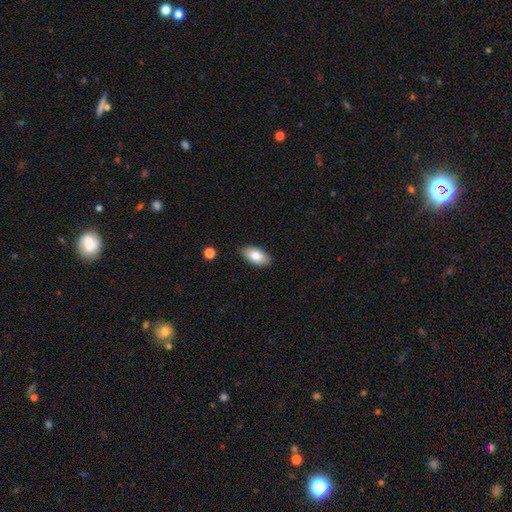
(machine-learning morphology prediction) smooth-or-featured: smooth: 81% | featured or disk: 12% | star or artifact: 7%
  how-rounded: in between: 93% | cigar-shaped: 3% | round: 3%
  merging: none: 86% | minor disturbance: 10% | major disturbance: 2% | merger: 1%